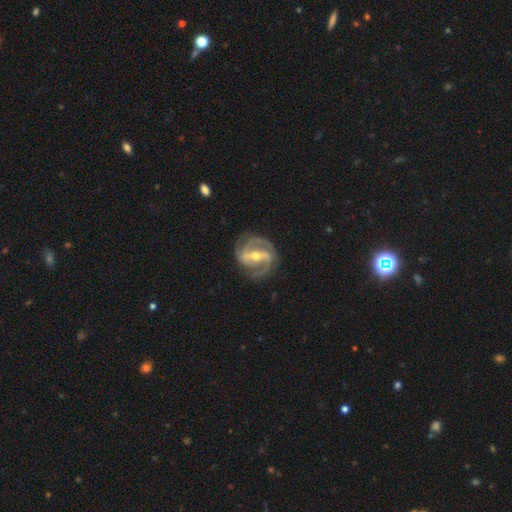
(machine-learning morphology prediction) This is clearly a featured or disk galaxy (91%). It is clearly not viewed edge-on (97%). Bar: likely strong (60%). Spiral arm pattern: clearly yes (97%). Spiral arm count: possibly 2 (55%). Spiral winding: possibly medium (48%). Central bulge: possibly moderate (59%). Merging: likely none (79%).